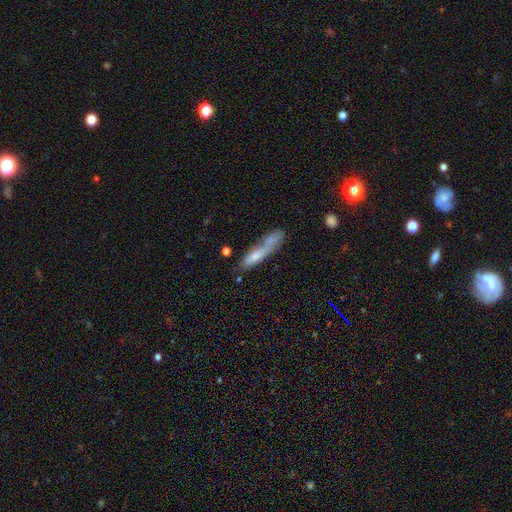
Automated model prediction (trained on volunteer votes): Smooth or featured? smooth (58%)
How rounded? cigar-shaped (80%)
Merging? merger (36%)